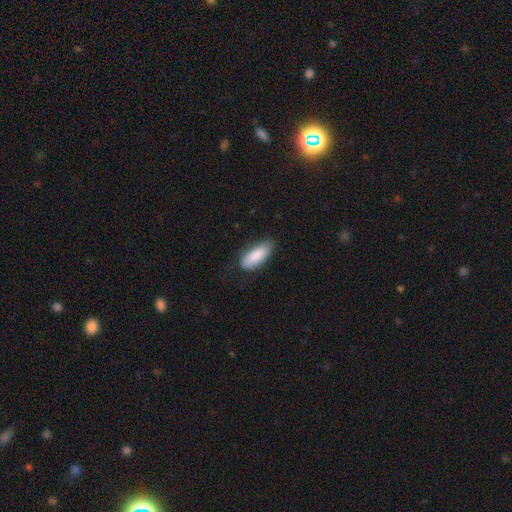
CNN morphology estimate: This appears to be a smooth galaxy with no disk features (88%) that is in between round and cigar-shaped (79%). Merging: none (76%).